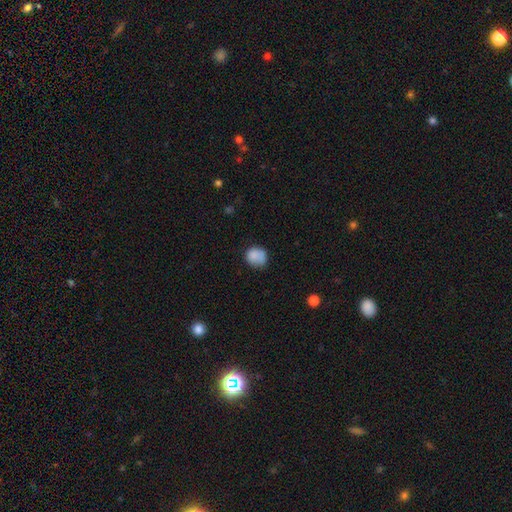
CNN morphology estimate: Smooth or featured: smooth — 84% (star or artifact — 9%)
How rounded: round — 74% (in between — 25%)
Merging: none — 62% (minor disturbance — 27%)